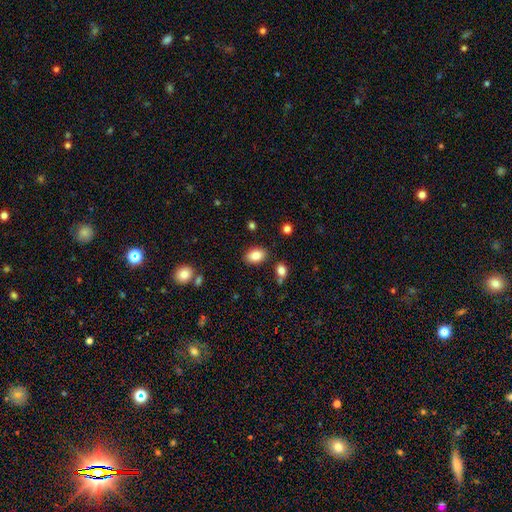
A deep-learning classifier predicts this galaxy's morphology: Smooth or featured?
  - smooth: 85% *
  - star or artifact: 8%
  - featured or disk: 7%
How rounded?
  - in between: 86% *
  - round: 13%
  - cigar-shaped: 1%
Merging?
  - none: 84% *
  - minor disturbance: 10%
  - merger: 4%
  - major disturbance: 3%